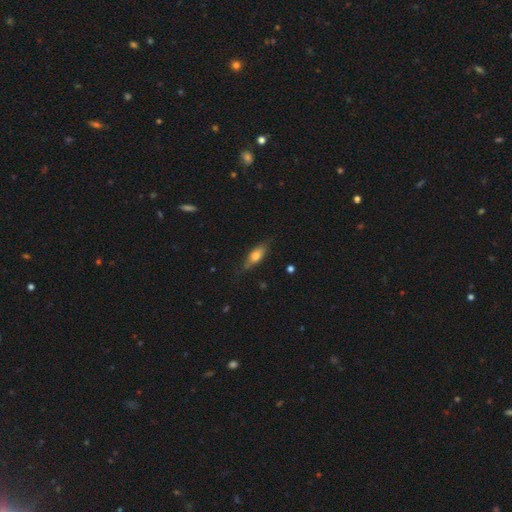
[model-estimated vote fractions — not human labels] Smooth or featured? Predicted: smooth (p=0.70). How rounded? Predicted: in between (p=0.71). Merging? Predicted: none (p=0.73).